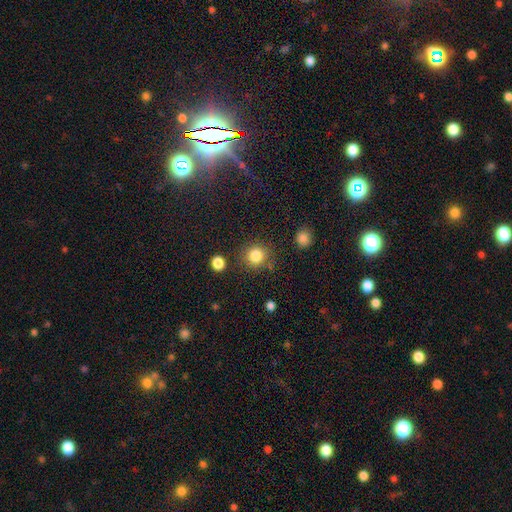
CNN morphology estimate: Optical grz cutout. It shows a smooth galaxy with no disk features (83%) that is round (90%). Merging: none (83%).